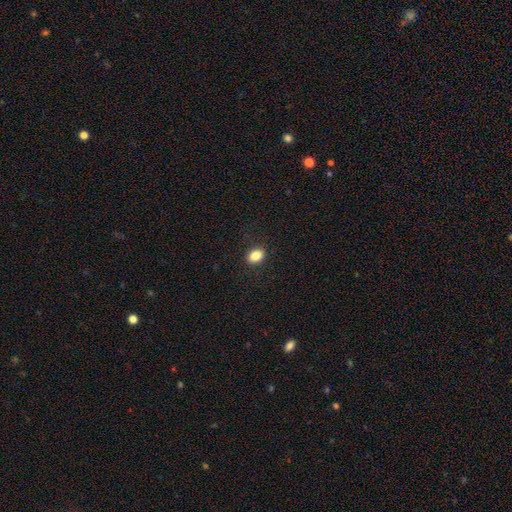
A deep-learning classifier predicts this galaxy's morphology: Smooth or featured? Predicted: smooth (p=0.85). How rounded? Predicted: in between (p=0.73). Merging? Predicted: none (p=0.89).